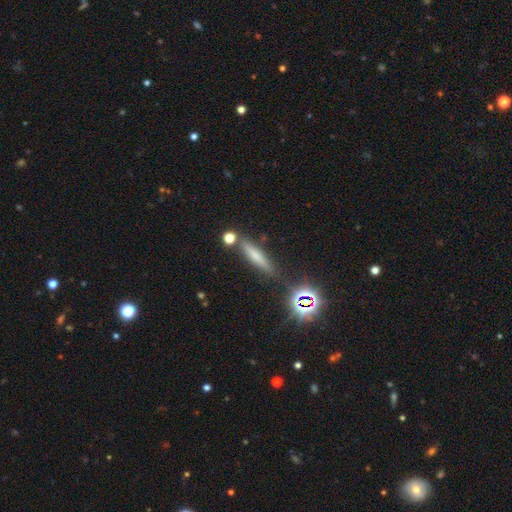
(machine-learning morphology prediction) Smooth or featured: smooth — 56% (featured or disk — 27%)
How rounded: cigar-shaped — 84% (in between — 12%)
Merging: none — 77% (minor disturbance — 12%)